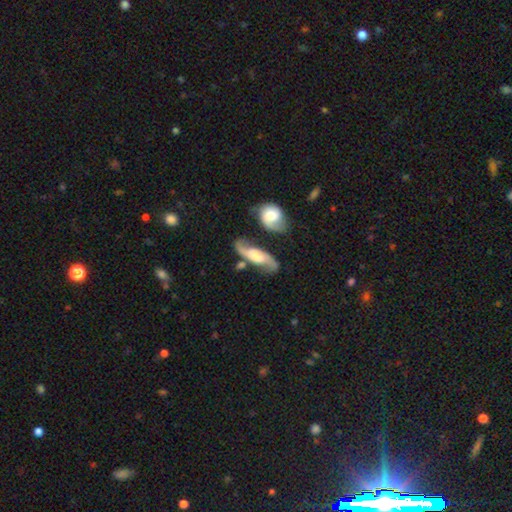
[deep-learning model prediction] Smooth or featured? Predicted: featured or disk (p=0.78). Edge-on disk? Predicted: no (p=0.89). Bar? Predicted: no (p=0.42). Spiral arms? Predicted: yes (p=0.95). Spiral winding? Predicted: loose (p=0.46). Spiral arm count? Predicted: 2 (p=0.92). Bulge size? Predicted: moderate (p=0.41). Merging? Predicted: none (p=0.64).